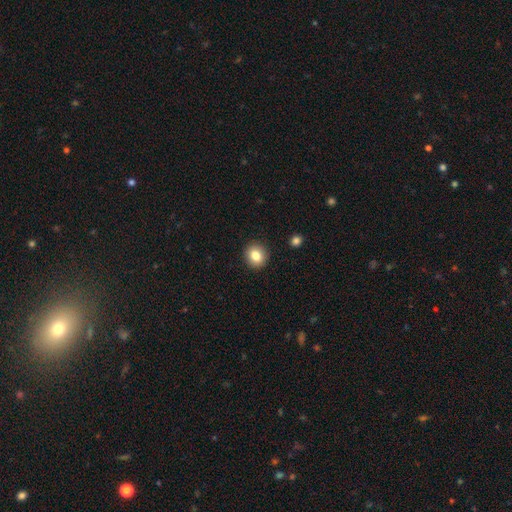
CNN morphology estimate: The model was most divided on "how rounded": round: 82%, in between: 17%, cigar-shaped: 1%. More confident: merging — none (92%); smooth or featured — smooth (83%).